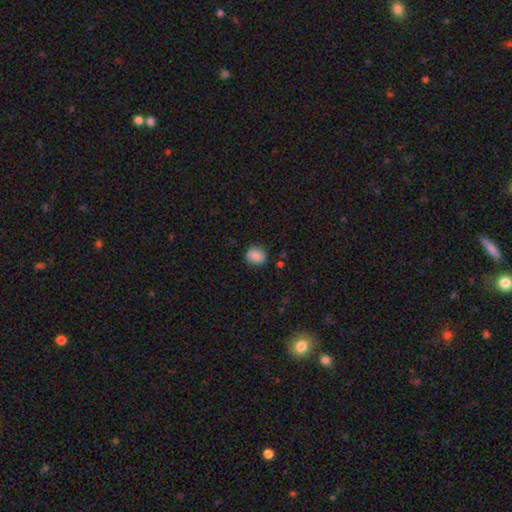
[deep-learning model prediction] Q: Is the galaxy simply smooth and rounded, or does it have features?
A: smooth — 82%.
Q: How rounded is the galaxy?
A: round — 66%.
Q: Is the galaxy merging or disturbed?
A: none — 80%.